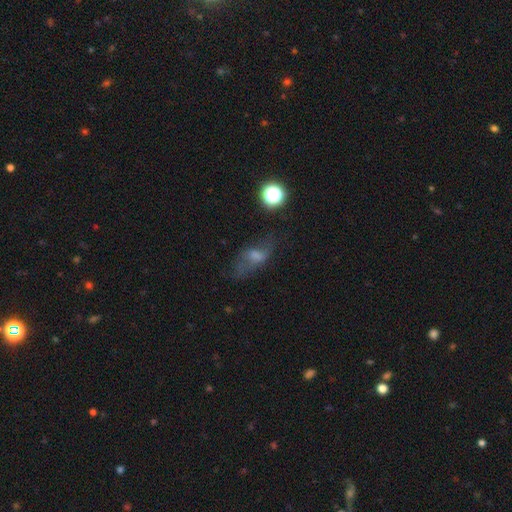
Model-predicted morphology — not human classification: Overall: smooth (43%; featured or disk 36%). Merging: none (52%; minor disturbance 24%).